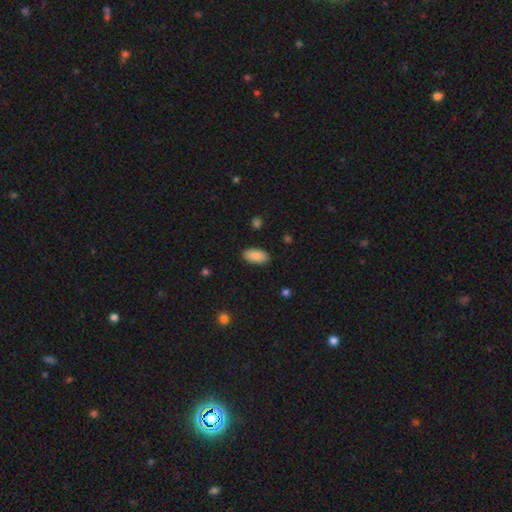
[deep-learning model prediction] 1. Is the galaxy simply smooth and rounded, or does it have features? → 87% smooth, 7% featured or disk, 6% star or artifact.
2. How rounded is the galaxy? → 94% in between, 3% cigar-shaped, 2% round.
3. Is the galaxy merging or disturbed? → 88% none, 9% minor disturbance, 2% major disturbance, 1% merger.